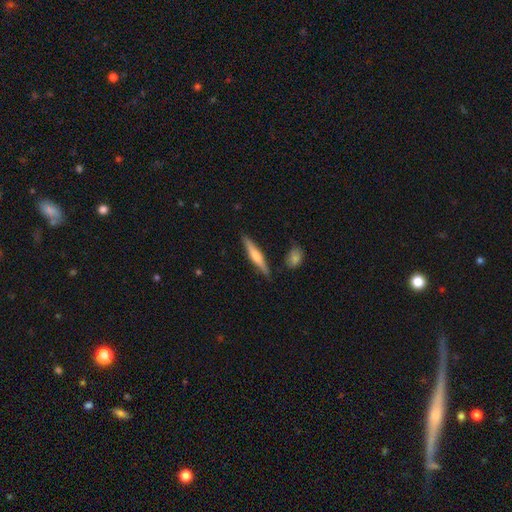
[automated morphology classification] type=featured or disk (50%); edge-on=yes (96%); merging=none (86%).